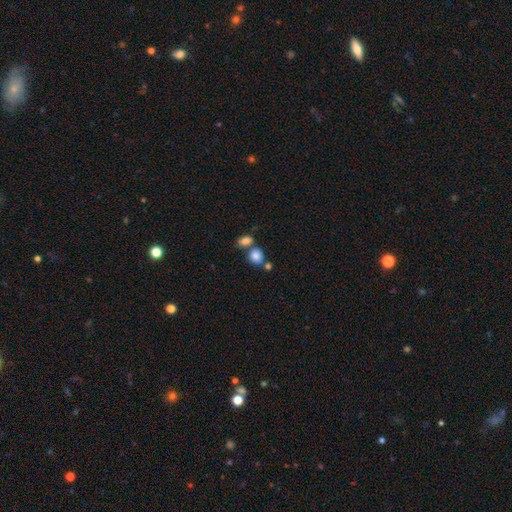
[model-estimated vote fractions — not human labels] A smooth galaxy with no disk features (84%) that is round (71%).

Vote fractions:
- Smooth or featured? smooth: 84% / star or artifact: 10% / featured or disk: 7%
- How rounded? round: 71% / in between: 28% / cigar-shaped: 1%
- Merging? none: 51% / merger: 36% / minor disturbance: 10% / major disturbance: 4%